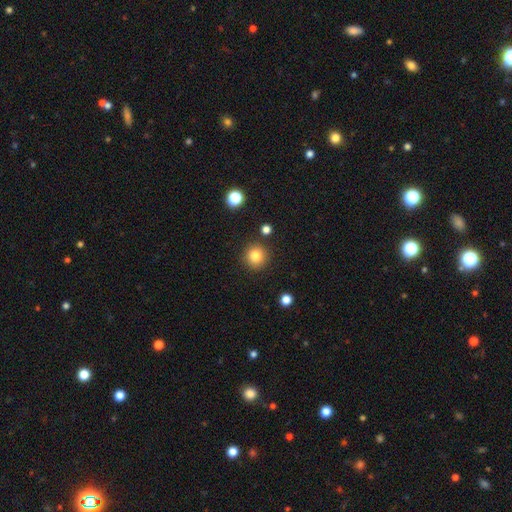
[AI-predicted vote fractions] Smooth or featured? smooth (82%)
How rounded? round (94%)
Merging? none (88%)